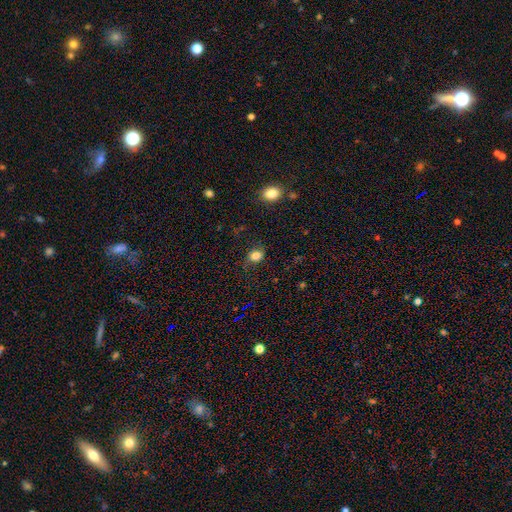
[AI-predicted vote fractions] Smooth or featured? Predicted: smooth (p=0.81). How rounded? Predicted: round (p=0.55). Merging? Predicted: none (p=0.78).